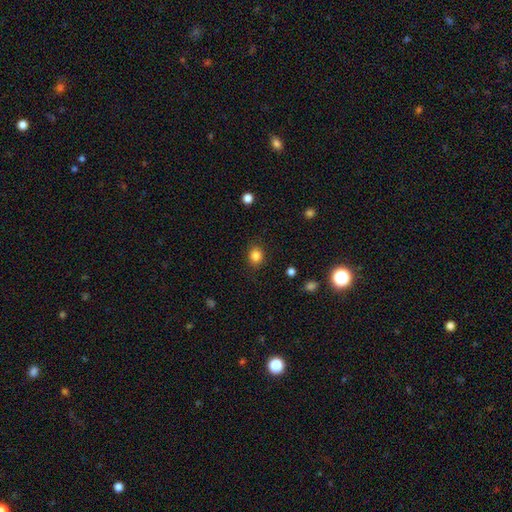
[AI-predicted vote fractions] The model was most divided on "how rounded": round: 63%, in between: 36%, cigar-shaped: 1%. More confident: merging — none (86%); smooth or featured — smooth (84%).